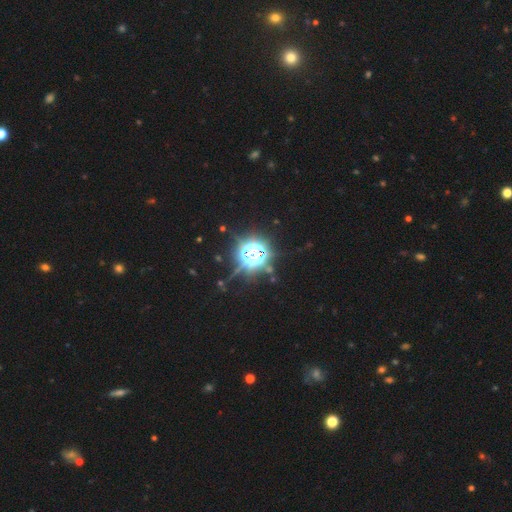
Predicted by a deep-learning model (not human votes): Q: Smooth or featured?
A: star or artifact (72%); runner-up: smooth (16%)